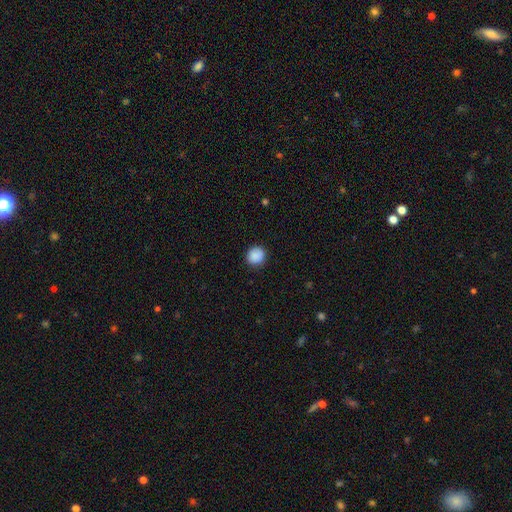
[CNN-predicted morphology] This appears to be a smooth galaxy with no disk features (89%) that is round (90%). Merging: none (88%).